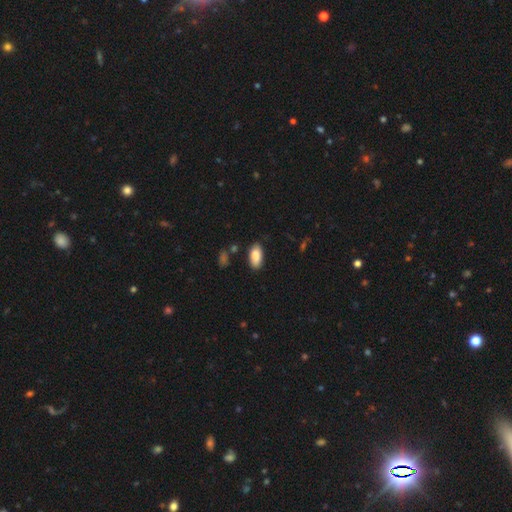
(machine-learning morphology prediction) Q: Smooth or featured?
A: smooth (88%); runner-up: star or artifact (7%)
Q: How rounded?
A: in between (91%); runner-up: cigar-shaped (6%)
Q: Merging?
A: none (80%); runner-up: minor disturbance (15%)